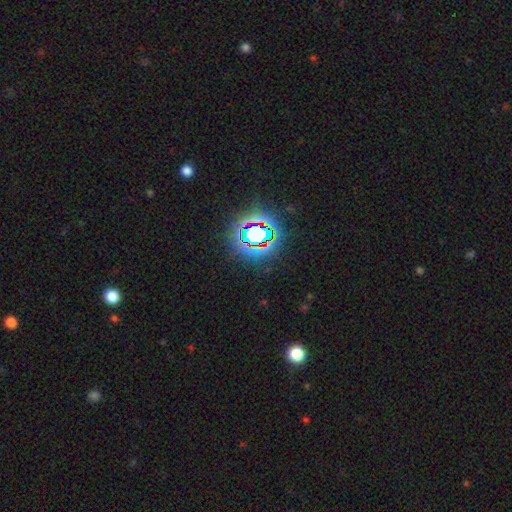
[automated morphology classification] type=star or artifact (81%).